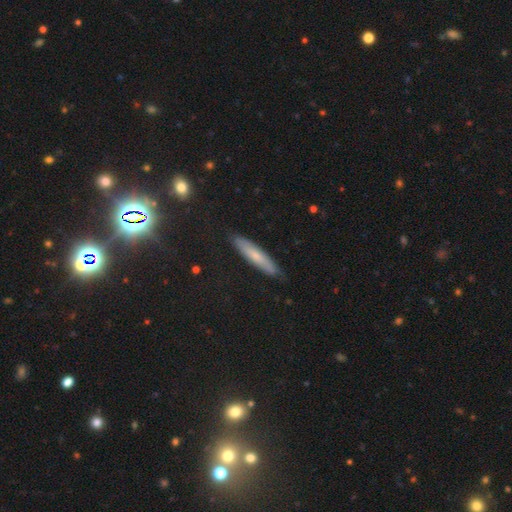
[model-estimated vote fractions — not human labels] Q: Smooth or featured?
A: smooth (62%); runner-up: featured or disk (30%)
Q: How rounded?
A: cigar-shaped (86%); runner-up: in between (12%)
Q: Merging?
A: none (85%); runner-up: minor disturbance (12%)